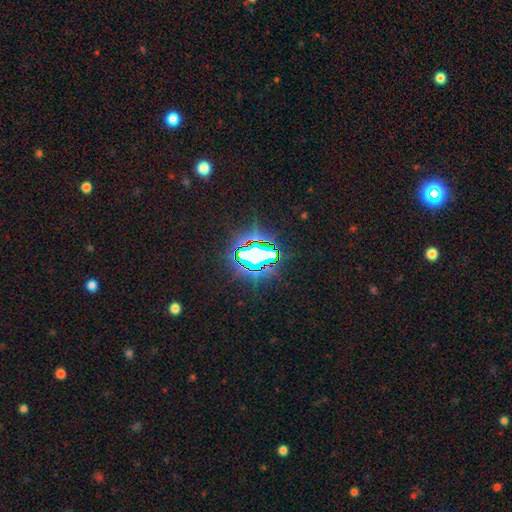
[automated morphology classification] smooth_or_featured: star or artifact (p=0.79) [alt: smooth p=0.13]